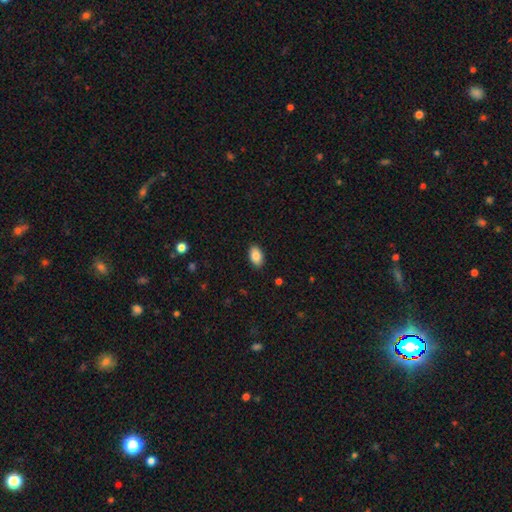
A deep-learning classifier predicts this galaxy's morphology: This appears to be a smooth galaxy with no disk features (87%) that is in between round and cigar-shaped (92%). Merging: none (89%).